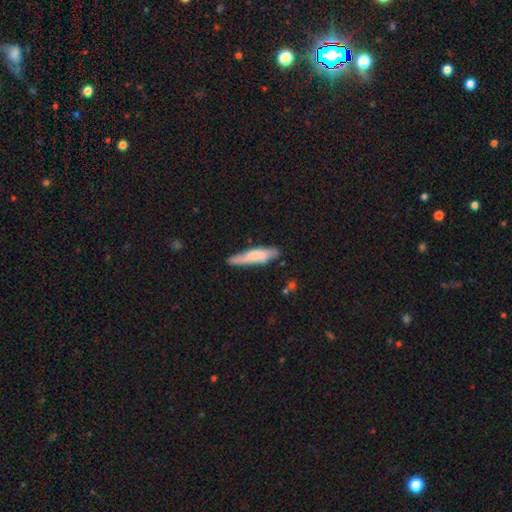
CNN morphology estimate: A smooth galaxy with no disk features (64%) that is cigar-shaped (80%).

Vote fractions:
- Smooth or featured? smooth: 64% / featured or disk: 30% / star or artifact: 6%
- How rounded? cigar-shaped: 80% / in between: 19% / round: 1%
- Merging? none: 70% / minor disturbance: 23% / major disturbance: 5% / merger: 3%